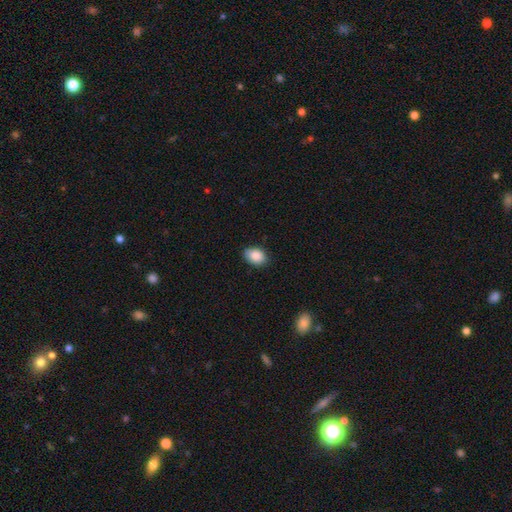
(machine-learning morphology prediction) This is clearly a smooth galaxy (88%). How rounded: likely in between (78%). Merging: clearly none (83%).